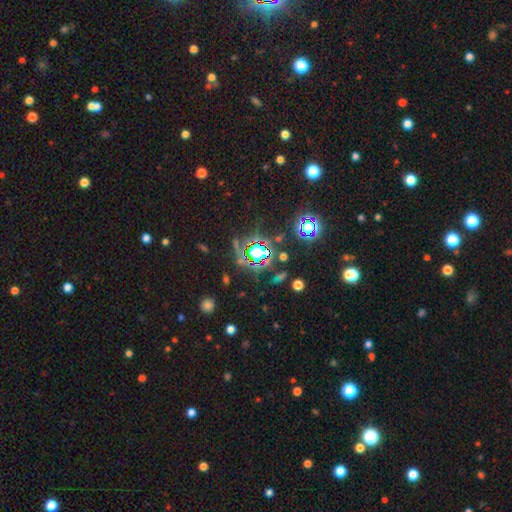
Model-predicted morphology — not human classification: Smooth or featured?
  - star or artifact: 72% *
  - smooth: 16%
  - featured or disk: 11%